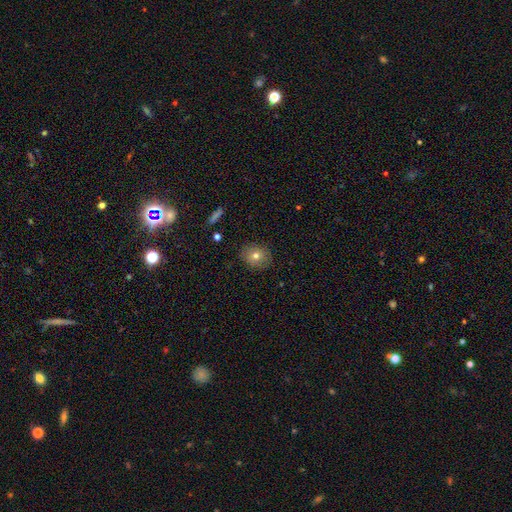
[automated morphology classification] Smooth or featured? smooth (72%)
How rounded? round (66%)
Merging? none (84%)